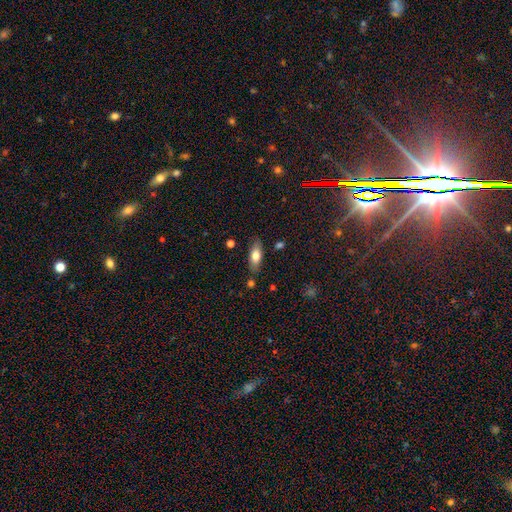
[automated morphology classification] smooth_or_featured: smooth (p=0.73) [alt: featured or disk p=0.20]
how_rounded: in between (p=0.76) [alt: cigar-shaped p=0.21]
merging: none (p=0.81) [alt: minor disturbance p=0.13]